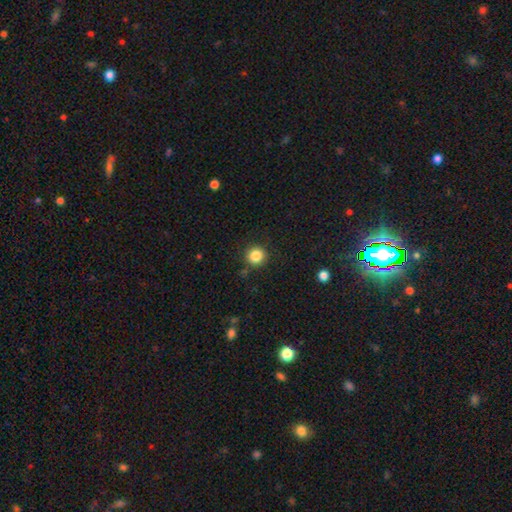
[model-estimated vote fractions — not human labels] Smooth or featured? smooth (85%)
How rounded? round (94%)
Merging? none (88%)